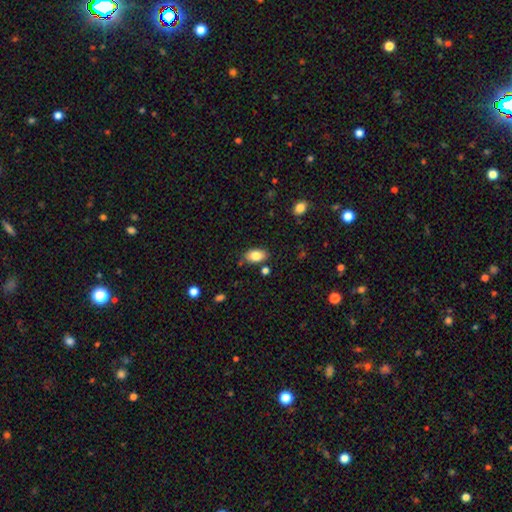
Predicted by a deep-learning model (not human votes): Overall: smooth (83%). How rounded: in between (92%). Merging: none (82%).